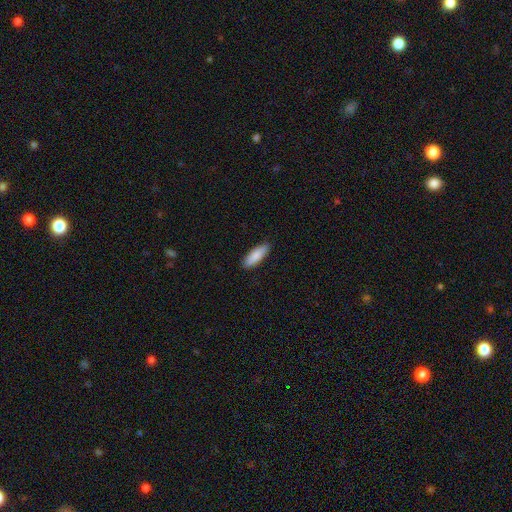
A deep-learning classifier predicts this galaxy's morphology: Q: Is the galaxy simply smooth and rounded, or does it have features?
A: smooth — 87%.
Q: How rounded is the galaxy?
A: in between — 55%.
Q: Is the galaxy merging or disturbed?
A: none — 89%.